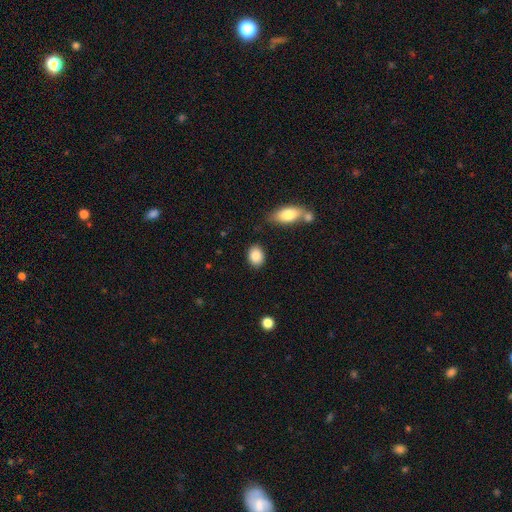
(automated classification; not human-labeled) Smooth or featured? Predicted: smooth (p=0.87). How rounded? Predicted: in between (p=0.65). Merging? Predicted: none (p=0.84).